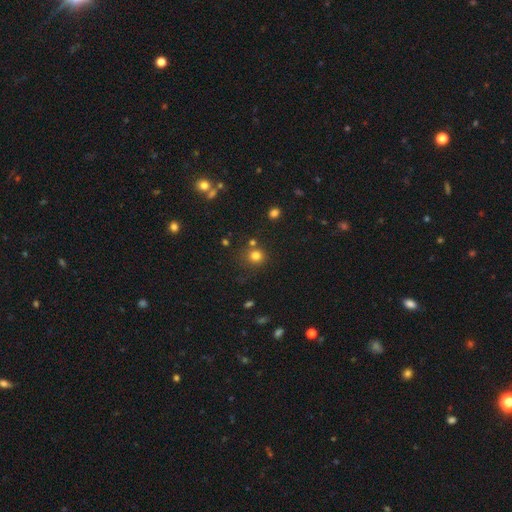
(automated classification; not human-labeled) Smooth or featured?
  - smooth: 78% *
  - star or artifact: 16%
  - featured or disk: 6%
How rounded?
  - round: 86% *
  - in between: 13%
  - cigar-shaped: 1%
Merging?
  - none: 74% *
  - merger: 11%
  - minor disturbance: 11%
  - major disturbance: 4%